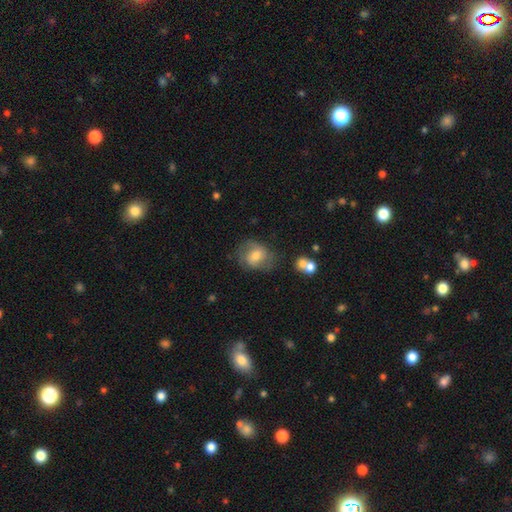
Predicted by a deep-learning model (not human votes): This is possibly a featured or disk galaxy (47%). Merging: likely none (63%).